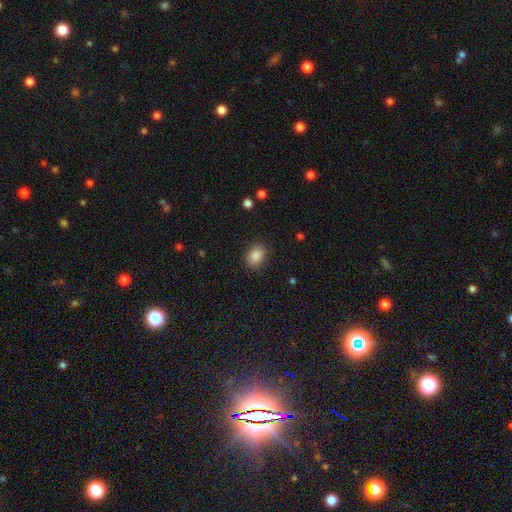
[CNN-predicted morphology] The model was most divided on "how rounded": in between: 71%, round: 28%, cigar-shaped: 1%. More confident: smooth or featured — smooth (88%); merging — none (87%).